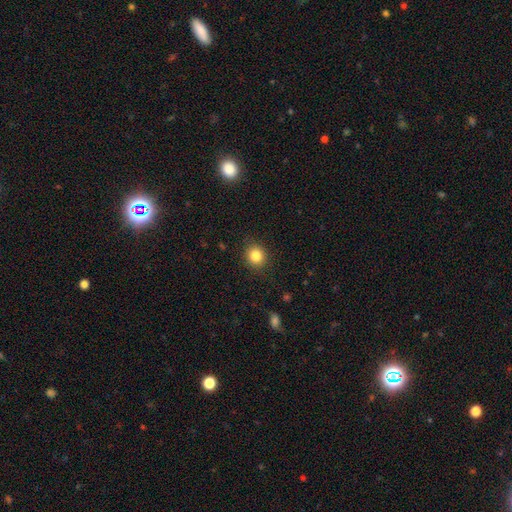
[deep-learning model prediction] Smooth or featured? smooth (84%)
How rounded? round (82%)
Merging? none (89%)